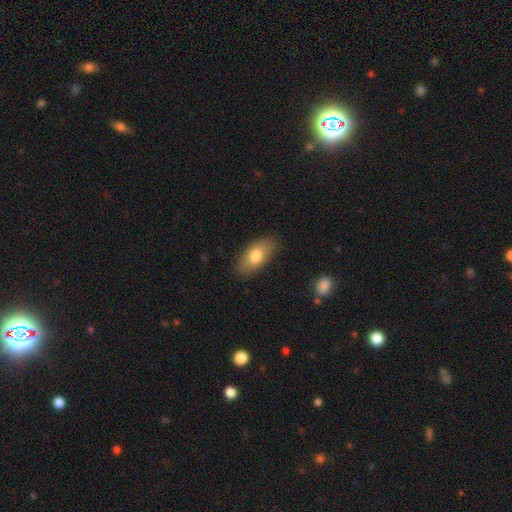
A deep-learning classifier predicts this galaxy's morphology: type=smooth (77%); roundness=in between (90%); merging=none (85%).